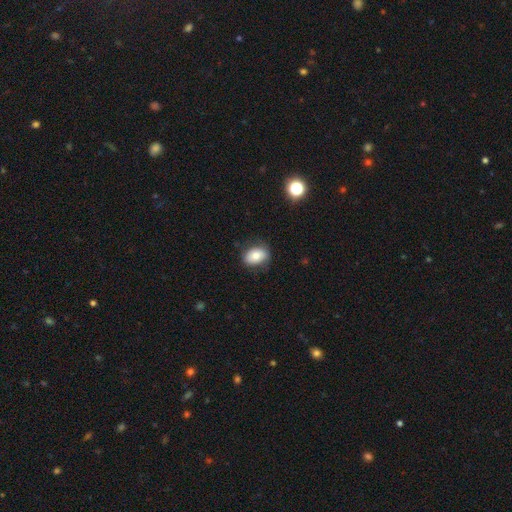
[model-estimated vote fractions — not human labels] The model was most divided on "how rounded": in between: 77%, round: 22%, cigar-shaped: 1%. More confident: merging — none (77%); smooth or featured — smooth (76%).